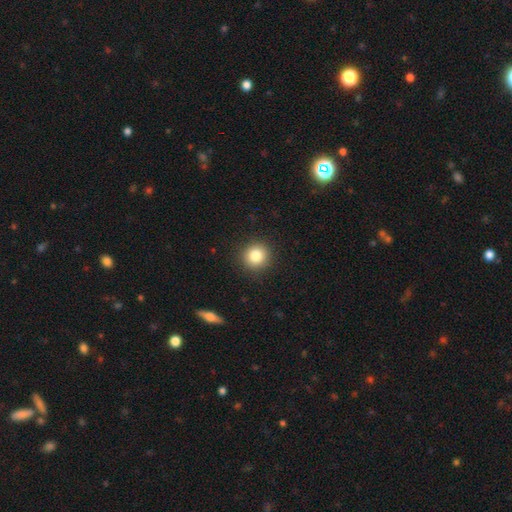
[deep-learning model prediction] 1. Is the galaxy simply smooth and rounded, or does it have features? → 82% smooth, 11% star or artifact, 7% featured or disk.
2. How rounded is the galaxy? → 93% round, 6% in between, 1% cigar-shaped.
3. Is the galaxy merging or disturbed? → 92% none, 6% minor disturbance, 2% major disturbance, 1% merger.